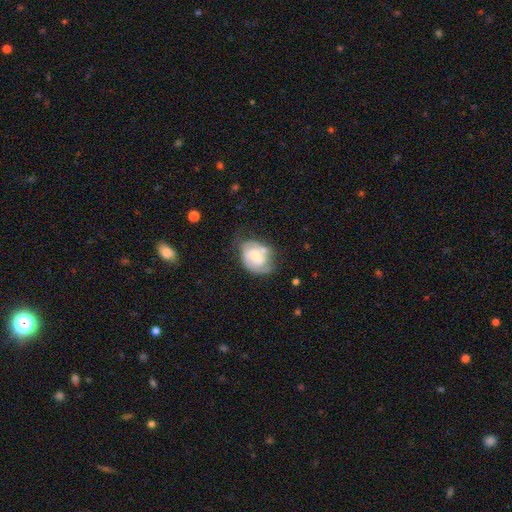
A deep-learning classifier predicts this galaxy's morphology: This appears to be a featured or disk galaxy (67%) with no bar (59%), 2 (53%) tight (48%) spiral arms (81%) and a moderate central bulge (44%). Merging: none (43%).